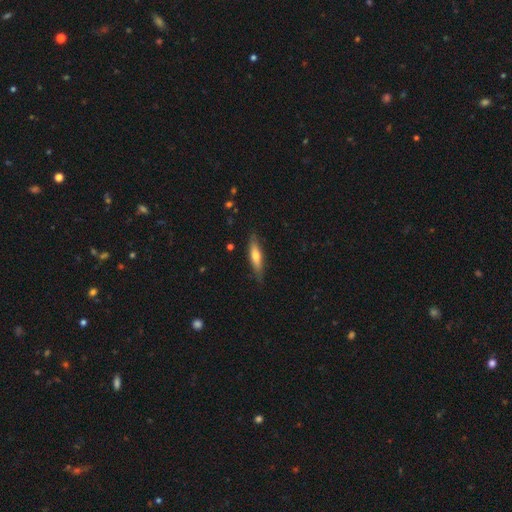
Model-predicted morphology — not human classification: Smooth or featured: smooth — 55% (featured or disk — 40%)
How rounded: cigar-shaped — 75% (in between — 23%)
Merging: none — 81% (minor disturbance — 15%)